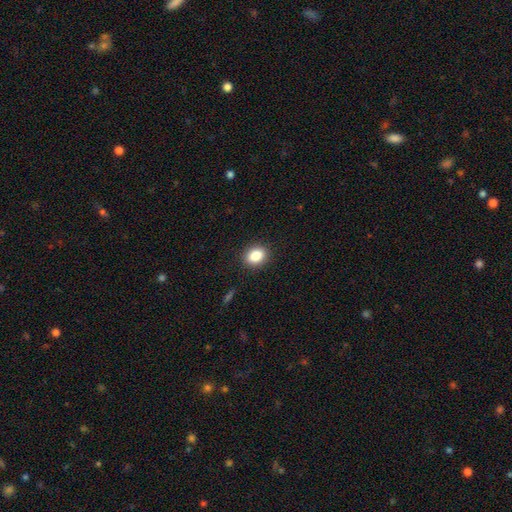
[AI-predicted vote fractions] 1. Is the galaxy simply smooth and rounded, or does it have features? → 85% smooth, 10% star or artifact, 6% featured or disk.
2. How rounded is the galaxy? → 55% in between, 44% round, 1% cigar-shaped.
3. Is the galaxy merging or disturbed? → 90% none, 7% minor disturbance, 2% major disturbance, 1% merger.